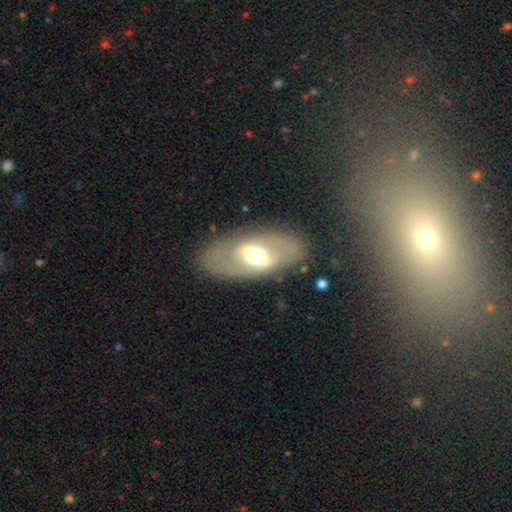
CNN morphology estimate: featured or disk 61%, smooth 32%, star or artifact 7%. Down the decision tree: edge-on disk — no (85%); bar — weak (36%); spiral arms — no (70%); bulge size — moderate (60%); merging — none (79%).